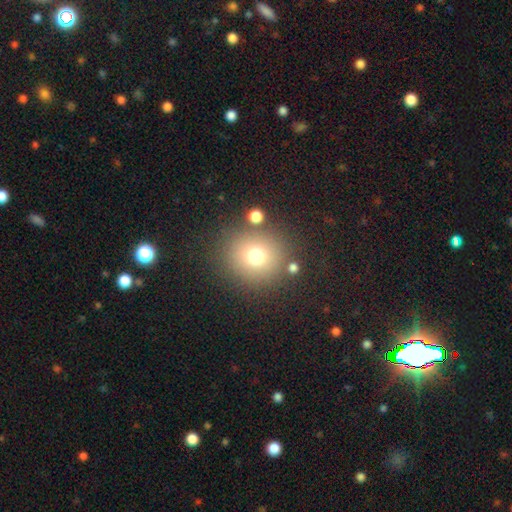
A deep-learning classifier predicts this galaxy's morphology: A smooth galaxy with no disk features (72%) that is round (89%). Merging: none (81%).